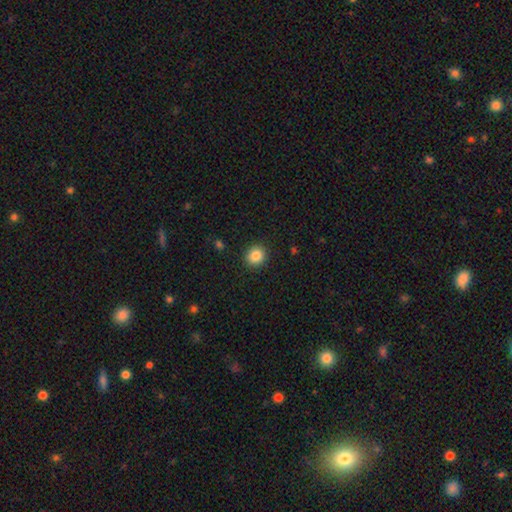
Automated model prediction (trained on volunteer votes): Smooth or featured? Predicted: smooth (p=0.85). How rounded? Predicted: round (p=0.85). Merging? Predicted: none (p=0.91).